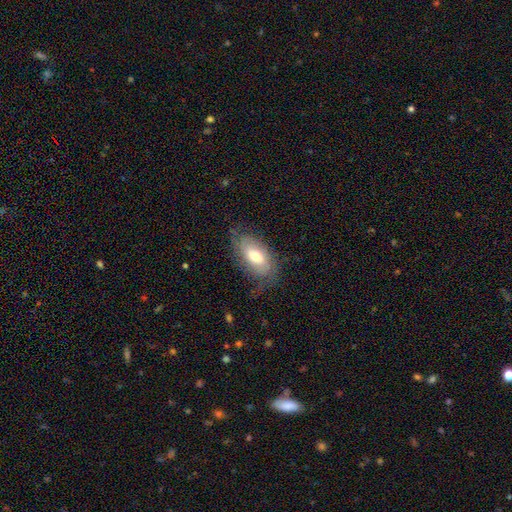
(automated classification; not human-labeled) A smooth galaxy with no disk features (50%). Merging: none (65%).